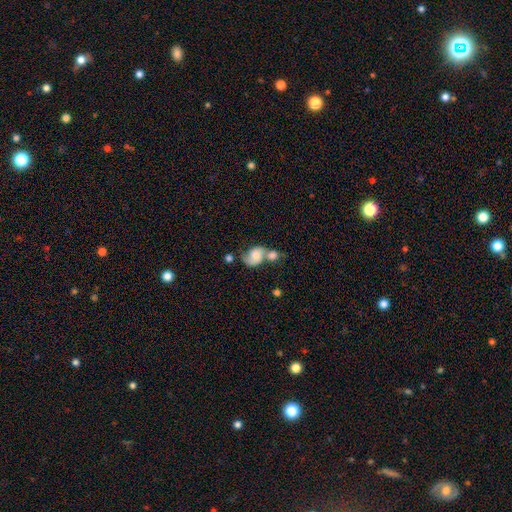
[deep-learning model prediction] Q: Smooth or featured?
A: smooth (49%); runner-up: featured or disk (41%)
Q: Merging?
A: merger (56%); runner-up: none (20%)